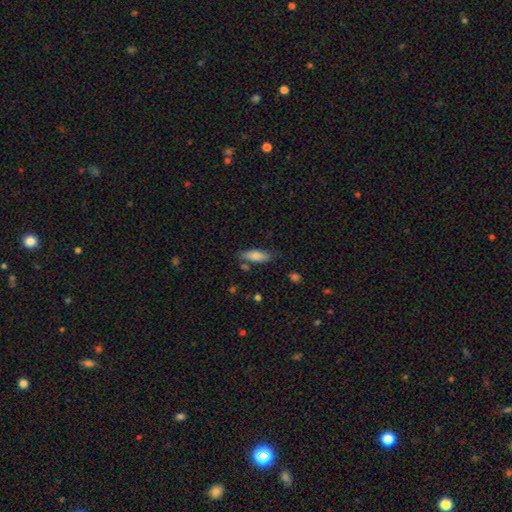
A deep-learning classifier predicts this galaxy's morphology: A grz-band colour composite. It shows a smooth galaxy with no disk features (83%) that is in between round and cigar-shaped (63%). Merging: none (75%).